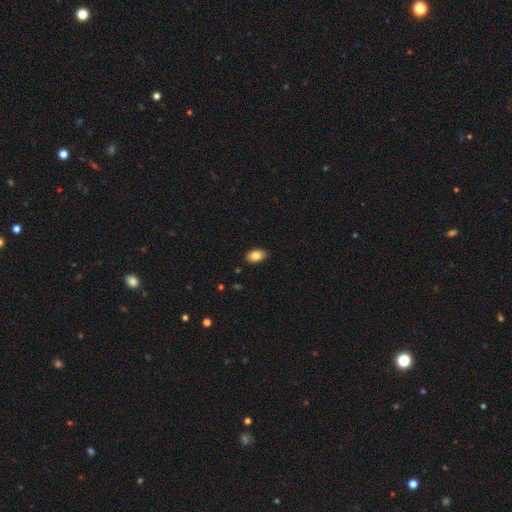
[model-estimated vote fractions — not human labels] smooth_or_featured: smooth (p=0.83) [alt: featured or disk p=0.10]
how_rounded: in between (p=0.90) [alt: round p=0.09]
merging: none (p=0.90) [alt: minor disturbance p=0.07]